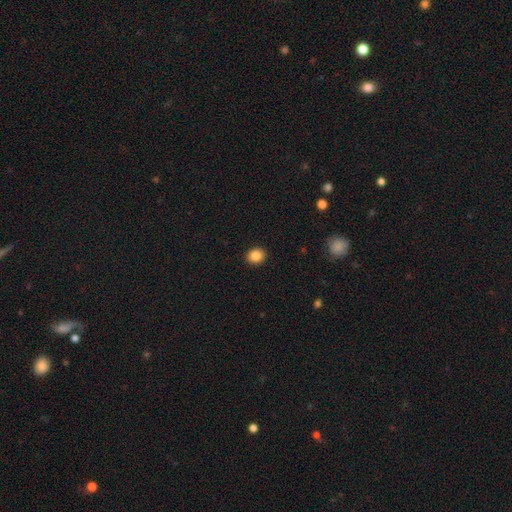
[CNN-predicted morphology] The model was most divided on "how rounded": round: 67%, in between: 32%, cigar-shaped: 1%. More confident: merging — none (92%); smooth or featured — smooth (86%).